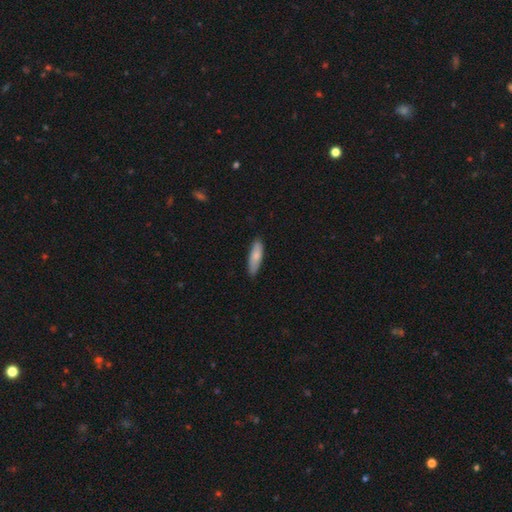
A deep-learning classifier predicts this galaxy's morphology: A smooth galaxy with no disk features (80%) that is cigar-shaped (57%). Merging: none (83%).